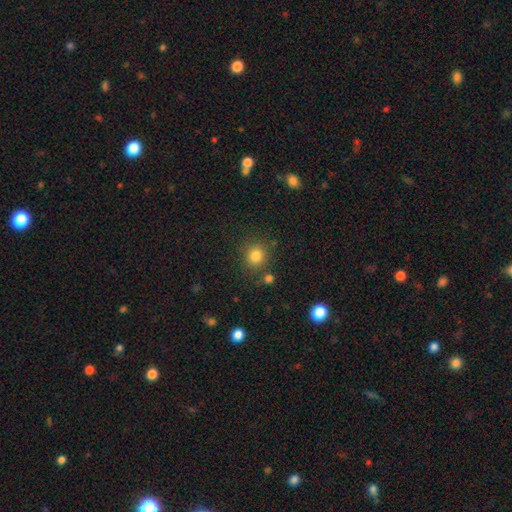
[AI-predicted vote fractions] A smooth galaxy with no disk features (82%) that is round (83%).

Vote fractions:
- Smooth or featured? smooth: 82% / star or artifact: 12% / featured or disk: 6%
- How rounded? round: 83% / in between: 16% / cigar-shaped: 1%
- Merging? none: 79% / minor disturbance: 10% / merger: 6% / major disturbance: 4%